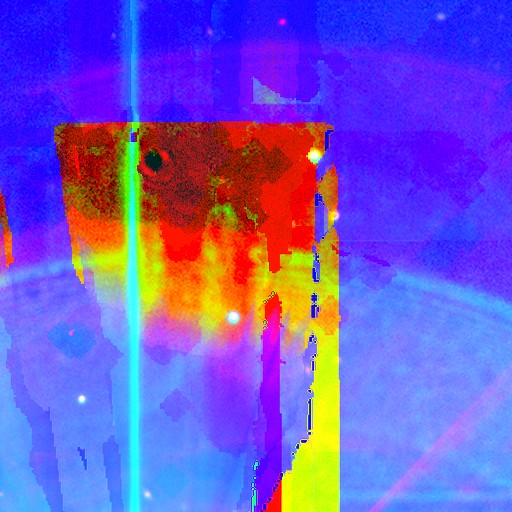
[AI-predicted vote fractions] Smooth or featured?
  - star or artifact: 85% *
  - featured or disk: 9%
  - smooth: 6%